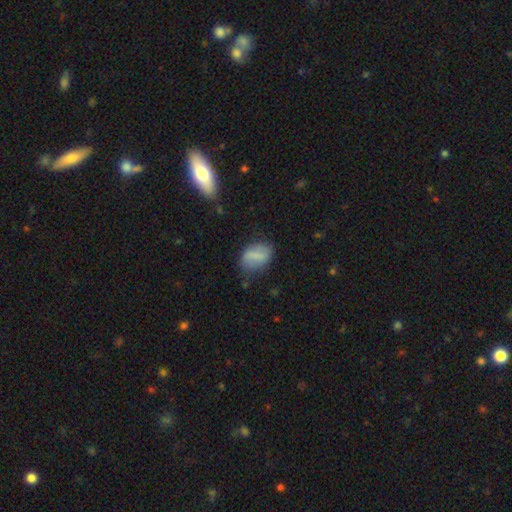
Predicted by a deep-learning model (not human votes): Overall: smooth (66%). How rounded: in between (79%). Merging: none (68%).